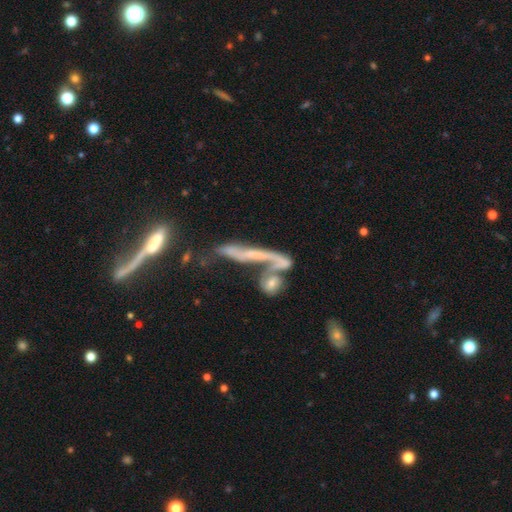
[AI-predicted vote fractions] Overall: featured or disk (61%; smooth 23%). Edge-on disk: yes (62%; no 38%). Merging: merger (46%; none 27%).